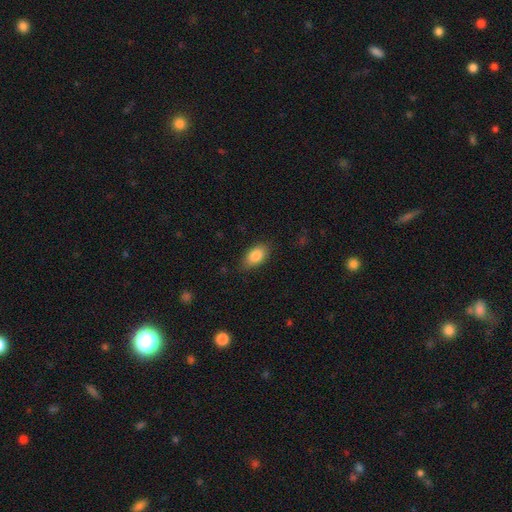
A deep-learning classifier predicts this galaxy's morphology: This appears to be a smooth galaxy with no disk features (86%) that is in between round and cigar-shaped (92%). Merging: none (83%).